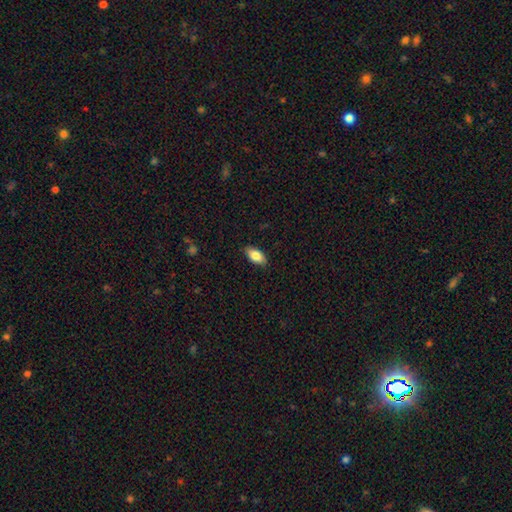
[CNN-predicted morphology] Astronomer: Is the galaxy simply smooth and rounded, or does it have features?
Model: smooth — 82%.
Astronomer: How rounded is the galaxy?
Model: in between — 92%.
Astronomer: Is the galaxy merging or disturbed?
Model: none — 88%.